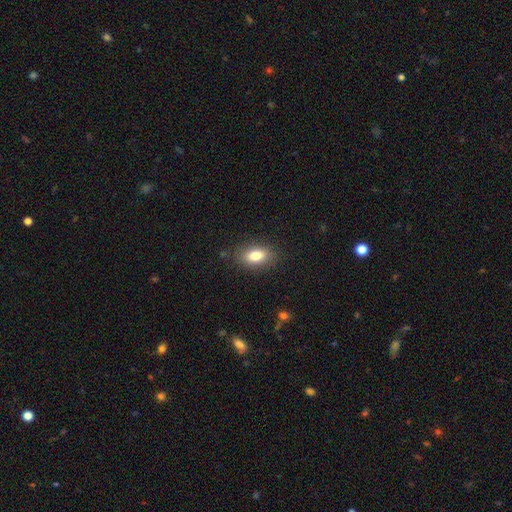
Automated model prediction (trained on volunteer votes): Q: Smooth or featured?
A: smooth (81%); runner-up: featured or disk (11%)
Q: How rounded?
A: in between (87%); runner-up: round (8%)
Q: Merging?
A: none (85%); runner-up: minor disturbance (11%)